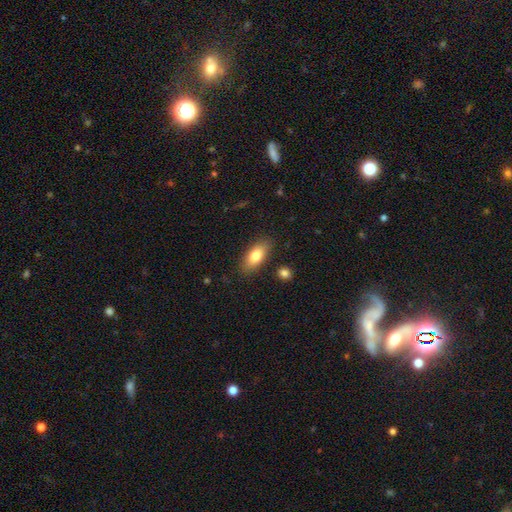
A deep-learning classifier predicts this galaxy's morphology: The model was most divided on "smooth or featured": smooth: 80%, featured or disk: 14%, star or artifact: 7%. More confident: merging — none (85%); how rounded — in between (83%).